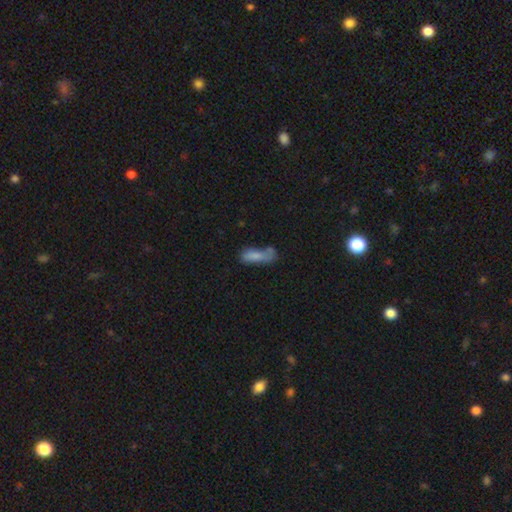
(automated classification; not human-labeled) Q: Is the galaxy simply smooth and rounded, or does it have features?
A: smooth — 76%.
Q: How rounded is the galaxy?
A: in between — 54%.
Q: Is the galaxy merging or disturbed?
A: none — 35%.